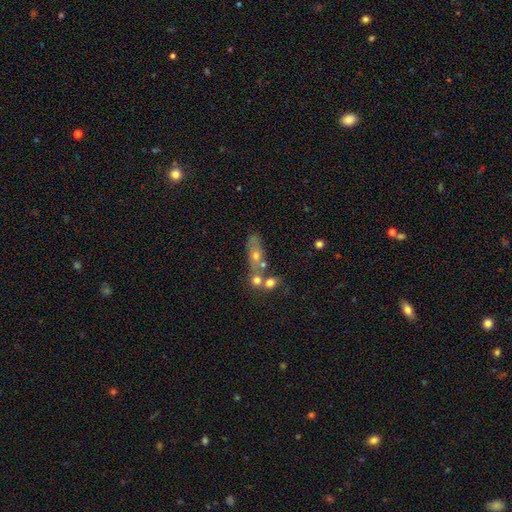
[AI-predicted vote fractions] Smooth or featured? Predicted: smooth (p=0.53). How rounded? Predicted: in between (p=0.54). Merging? Predicted: merger (p=0.40).